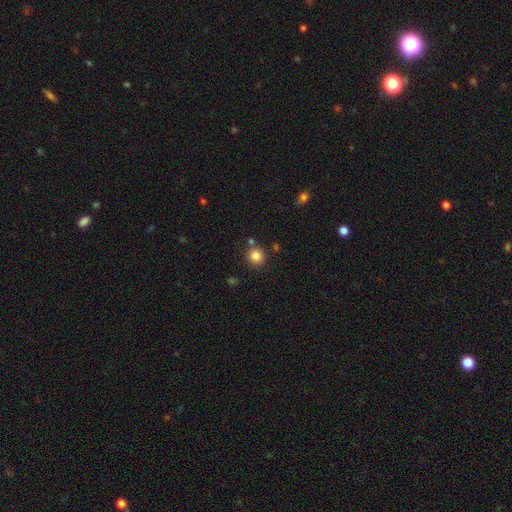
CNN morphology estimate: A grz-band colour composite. It shows a smooth galaxy with no disk features (84%) that is round (90%). Merging: none (81%).